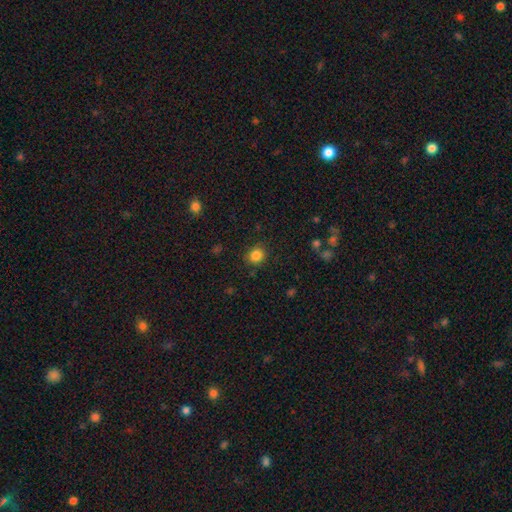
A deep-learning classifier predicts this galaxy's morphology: Smooth or featured: smooth — 85% (star or artifact — 11%)
How rounded: round — 79% (in between — 20%)
Merging: none — 85% (minor disturbance — 10%)